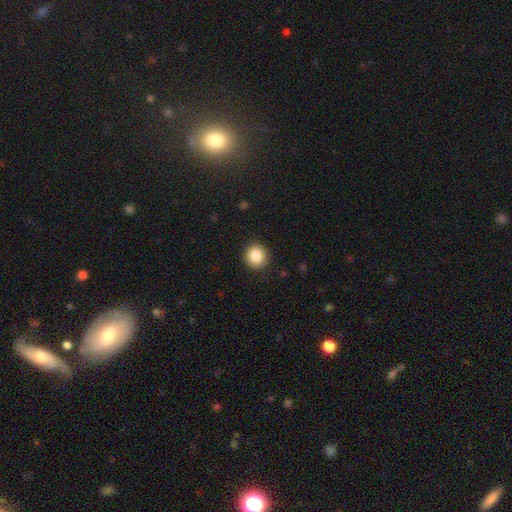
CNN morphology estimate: Q: Smooth or featured?
A: smooth (86%); runner-up: star or artifact (9%)
Q: How rounded?
A: round (89%); runner-up: in between (10%)
Q: Merging?
A: none (90%); runner-up: minor disturbance (7%)